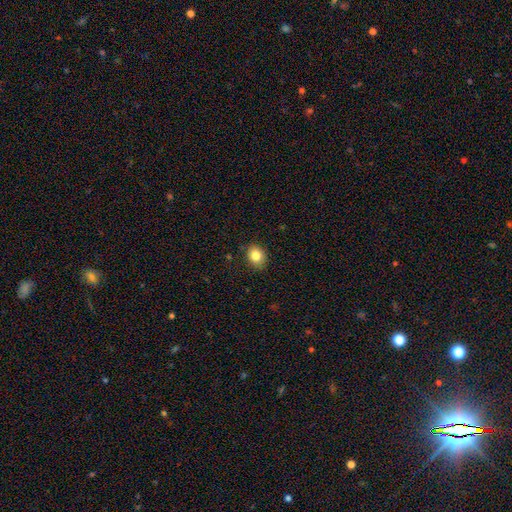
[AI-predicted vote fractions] Morphology: type=smooth (84%); roundness=round (57%); merging=none (87%).